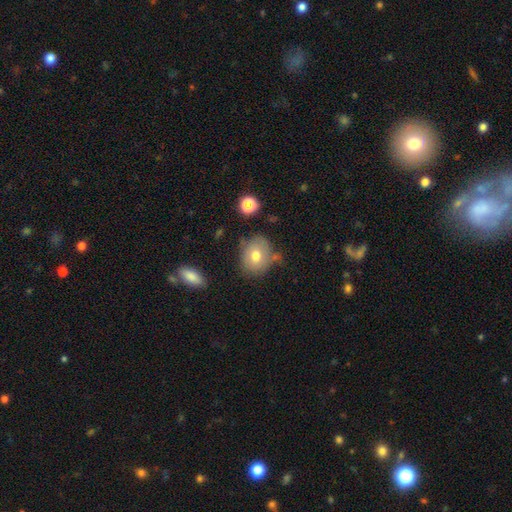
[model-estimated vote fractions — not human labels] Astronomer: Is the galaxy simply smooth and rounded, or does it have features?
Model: smooth — 72%.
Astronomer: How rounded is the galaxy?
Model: round — 61% (runner-up: in between, 38%).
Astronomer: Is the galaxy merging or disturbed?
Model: none — 65%.